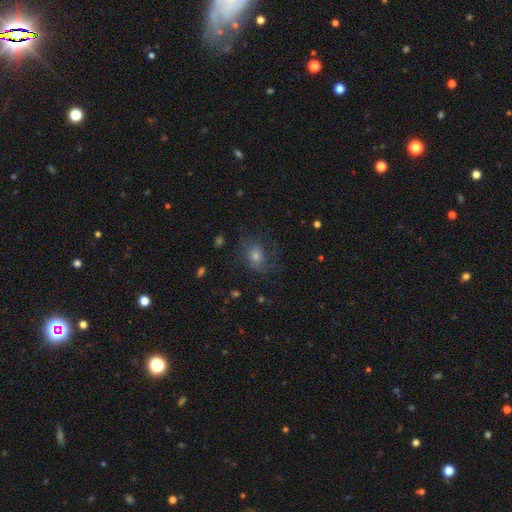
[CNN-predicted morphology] A smooth galaxy with no disk features (48%). Merging: none (61%).